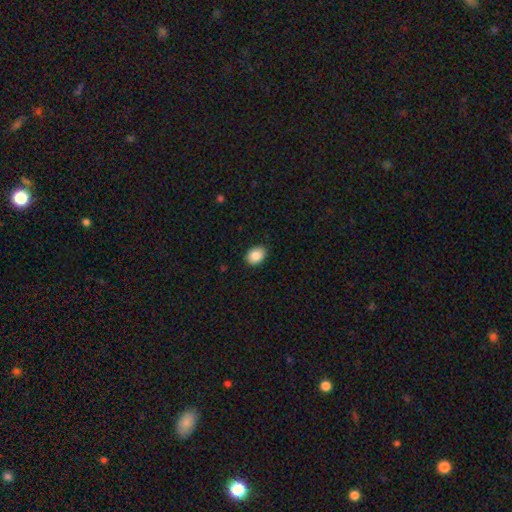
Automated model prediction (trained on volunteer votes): This appears to be a smooth galaxy with no disk features (87%) that is in between round and cigar-shaped (69%). Merging: none (89%).